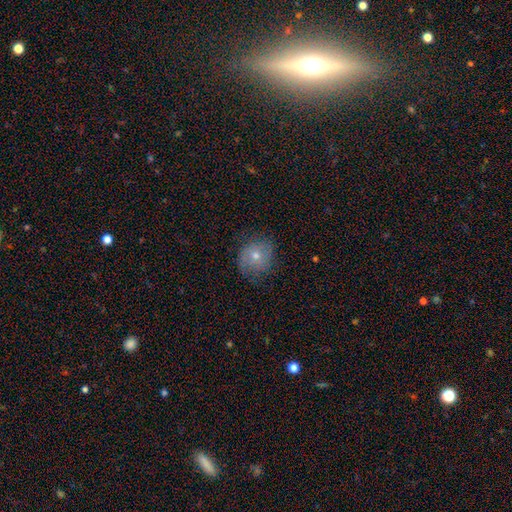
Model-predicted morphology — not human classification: Smooth or featured? smooth (48%)
Merging? none (73%)